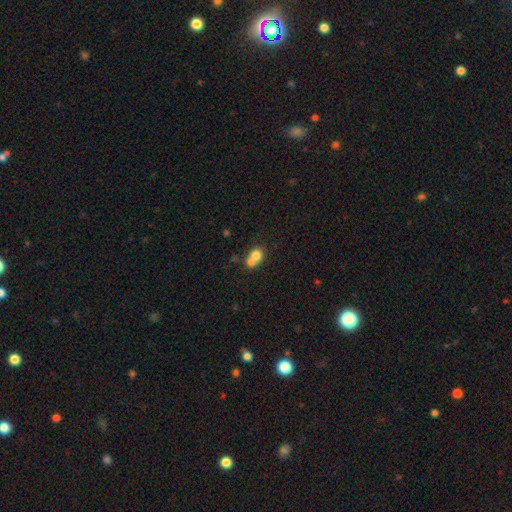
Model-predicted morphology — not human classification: Q: Smooth or featured?
A: smooth (74%); runner-up: featured or disk (15%)
Q: How rounded?
A: round (71%); runner-up: in between (28%)
Q: Merging?
A: merger (59%); runner-up: none (31%)